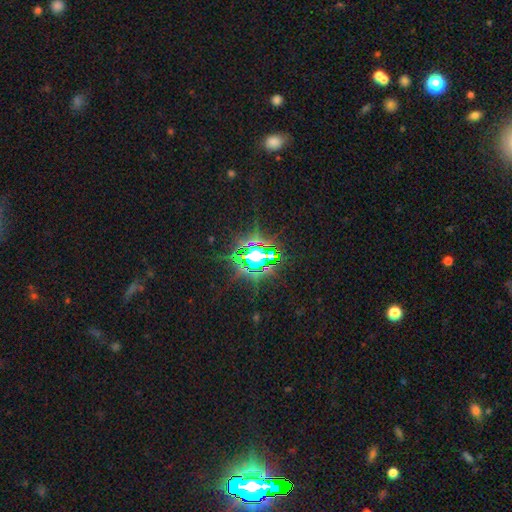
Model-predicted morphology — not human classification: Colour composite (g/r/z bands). It shows a star or artifact, not a galaxy (79%).